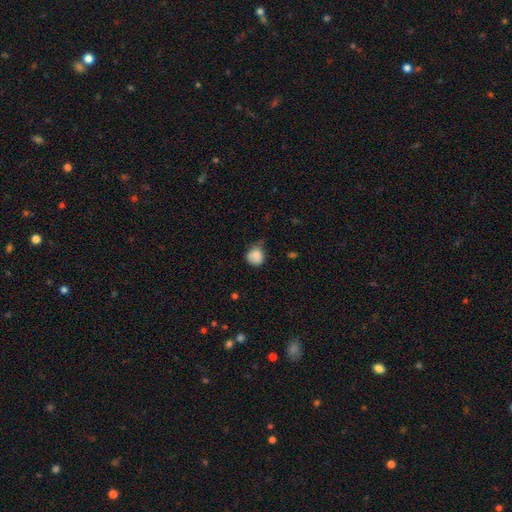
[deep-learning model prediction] Smooth or featured?
  - smooth: 81% *
  - featured or disk: 10%
  - star or artifact: 9%
How rounded?
  - round: 75% *
  - in between: 24%
  - cigar-shaped: 1%
Merging?
  - none: 43% *
  - minor disturbance: 40%
  - major disturbance: 13%
  - merger: 4%